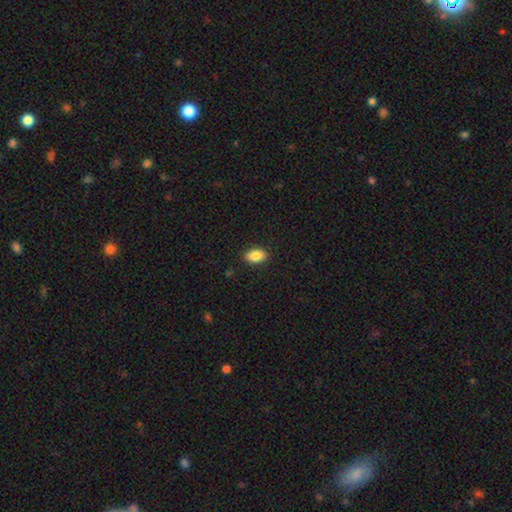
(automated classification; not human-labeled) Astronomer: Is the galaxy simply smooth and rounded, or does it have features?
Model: smooth — 87%.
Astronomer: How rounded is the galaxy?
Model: in between — 89%.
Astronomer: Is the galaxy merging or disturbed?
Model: none — 89%.